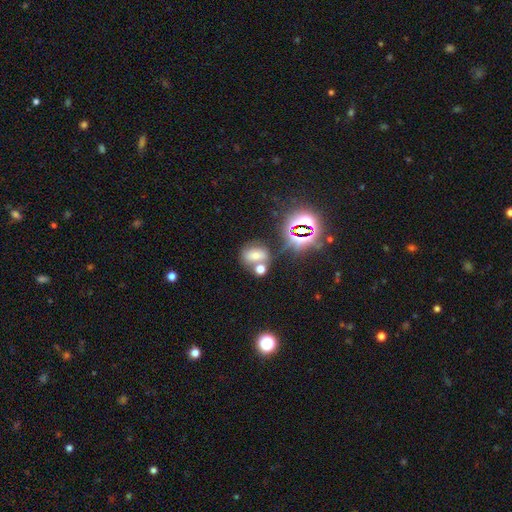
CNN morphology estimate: Q: Smooth or featured?
A: smooth (43%); runner-up: star or artifact (37%)
Q: Merging?
A: none (57%); runner-up: merger (24%)